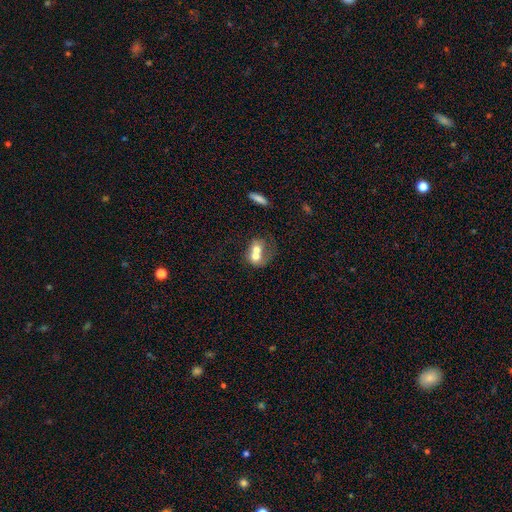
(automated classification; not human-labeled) Smooth or featured: smooth — 58% (featured or disk — 34%)
How rounded: in between — 51% (round — 48%)
Merging: merger — 77% (none — 12%)